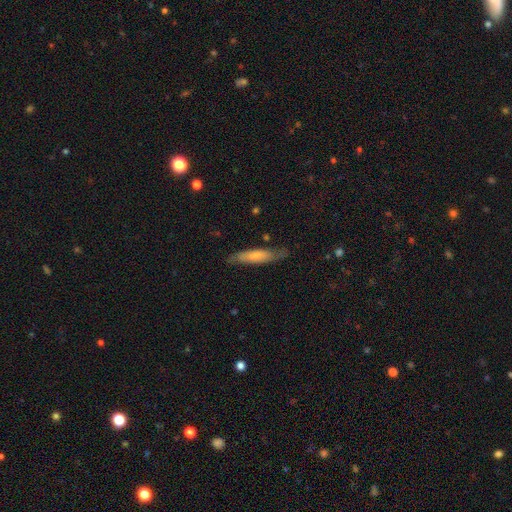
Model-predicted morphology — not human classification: A smooth galaxy with no disk features (64%) that is cigar-shaped (79%).

Vote fractions:
- Smooth or featured? smooth: 64% / featured or disk: 30% / star or artifact: 6%
- How rounded? cigar-shaped: 79% / in between: 20% / round: 1%
- Merging? none: 76% / minor disturbance: 18% / major disturbance: 4% / merger: 2%